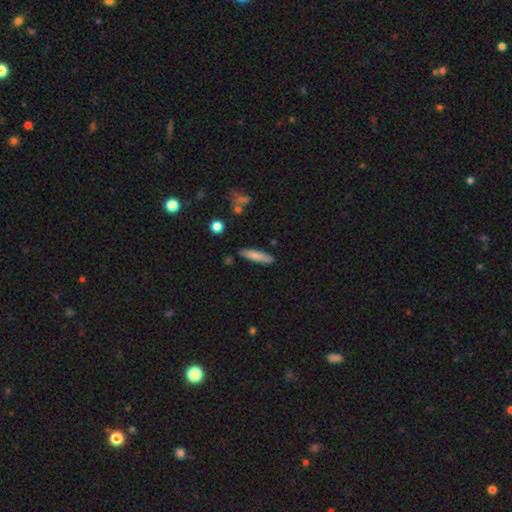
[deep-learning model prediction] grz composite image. It shows a smooth galaxy with no disk features (79%) that is cigar-shaped (77%). Merging: none (84%).